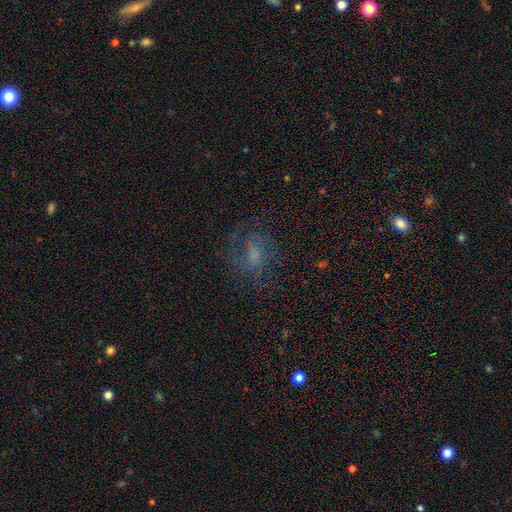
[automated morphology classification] Smooth or featured? featured or disk (48%)
Merging? none (62%)